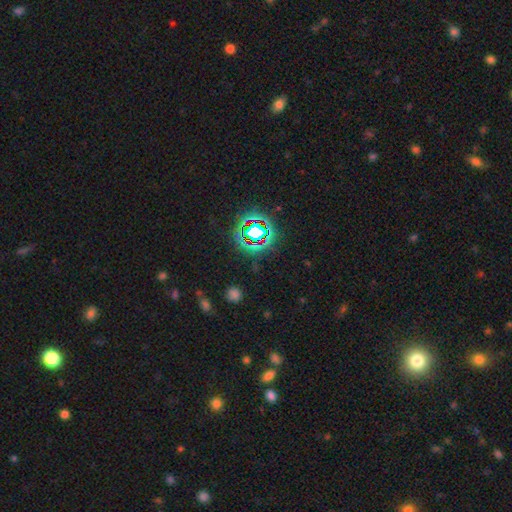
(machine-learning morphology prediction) smooth-or-featured: star or artifact: 75% | smooth: 16% | featured or disk: 9%